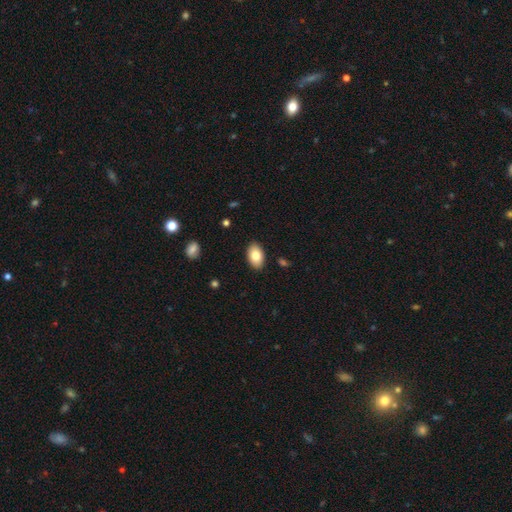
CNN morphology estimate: type=smooth (79%); roundness=in between (92%); merging=none (89%).